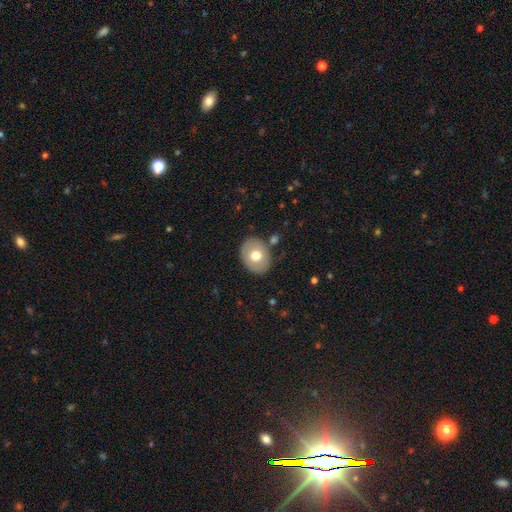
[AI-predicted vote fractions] This is likely a smooth galaxy (68%). How rounded: possibly in between (57%). Merging: clearly none (83%).